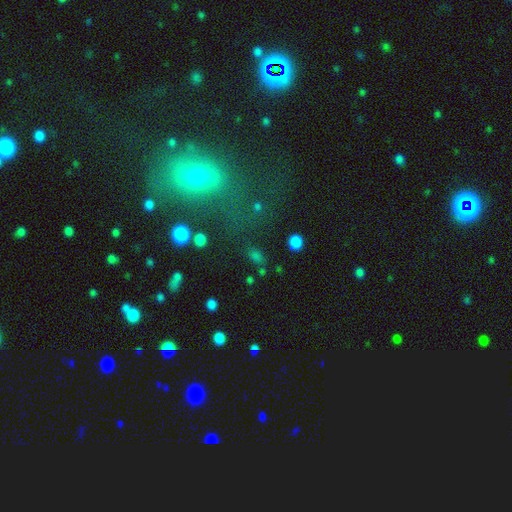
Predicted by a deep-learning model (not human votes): Smooth or featured? smooth (60%)
How rounded? in between (61%)
Merging? none (74%)